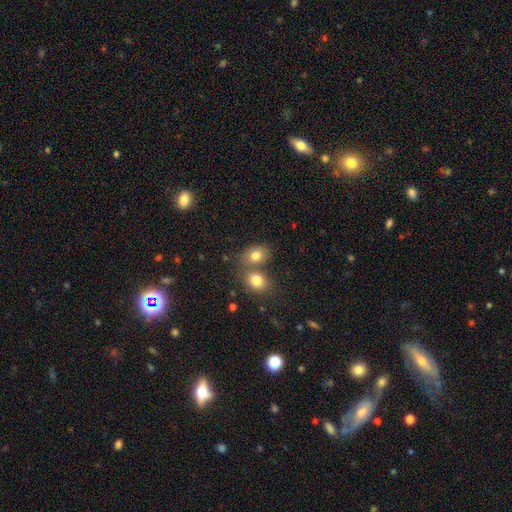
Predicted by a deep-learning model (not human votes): Overall: smooth (79%). How rounded: in between (61%; round 38%). Merging: none (46%; merger 42%).